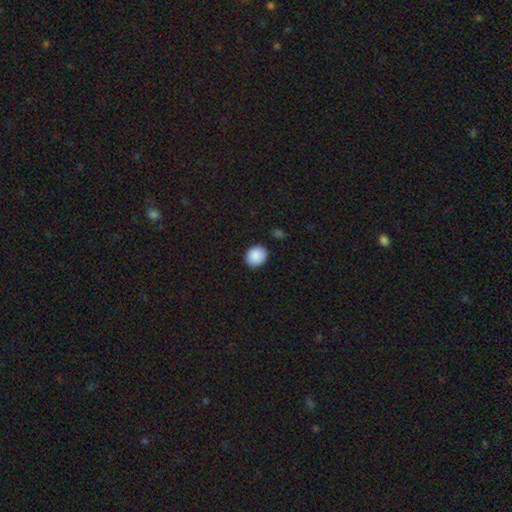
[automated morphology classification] smooth_or_featured: smooth (p=0.89) [alt: star or artifact p=0.07]
how_rounded: round (p=0.70) [alt: in between p=0.29]
merging: none (p=0.88) [alt: minor disturbance p=0.09]